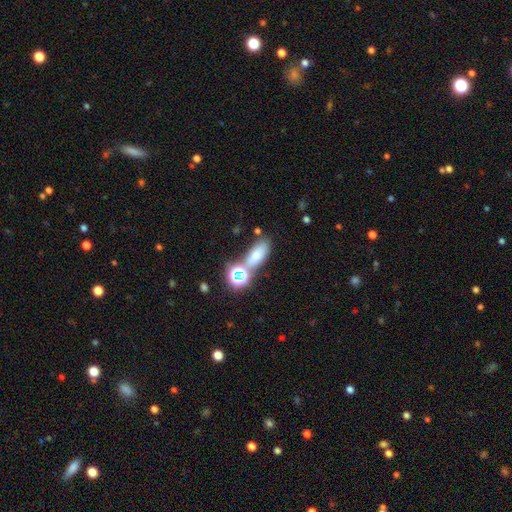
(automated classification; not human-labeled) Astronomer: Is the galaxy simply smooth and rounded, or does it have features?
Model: smooth — 64%.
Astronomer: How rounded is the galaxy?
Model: in between — 70%.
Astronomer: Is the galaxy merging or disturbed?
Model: none — 56%.